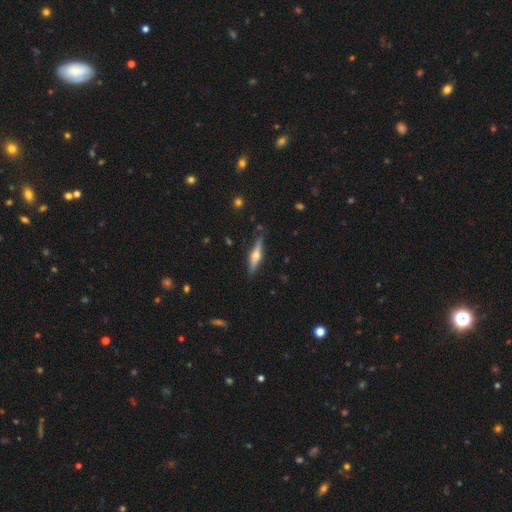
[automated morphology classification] featured or disk 63%, smooth 31%, star or artifact 6%. Down the decision tree: edge-on disk — yes (95%); edge-on bulge — rounded (93%); merging — none (86%).